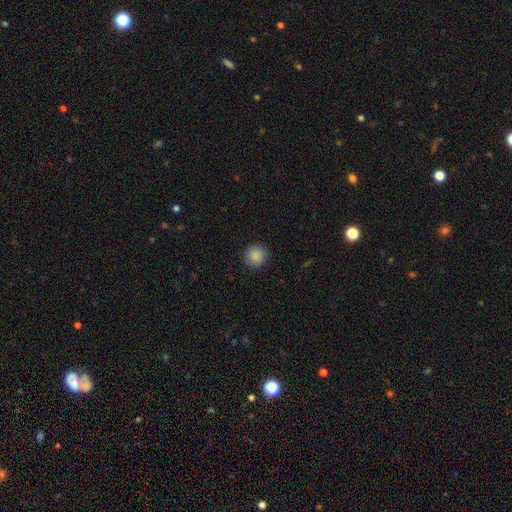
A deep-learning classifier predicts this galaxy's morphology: A smooth galaxy with no disk features (88%) that is round (93%).

Vote fractions:
- Smooth or featured? smooth: 88% / star or artifact: 9% / featured or disk: 3%
- How rounded? round: 93% / in between: 6% / cigar-shaped: 1%
- Merging? none: 90% / minor disturbance: 7% / major disturbance: 2% / merger: 1%